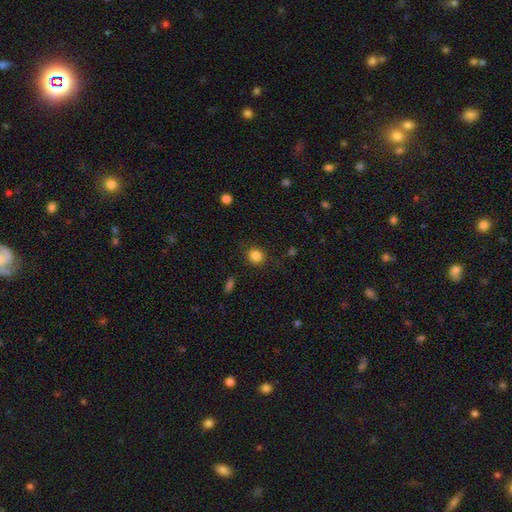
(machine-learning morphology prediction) Smooth or featured? Predicted: smooth (p=0.84). How rounded? Predicted: round (p=0.83). Merging? Predicted: none (p=0.86).